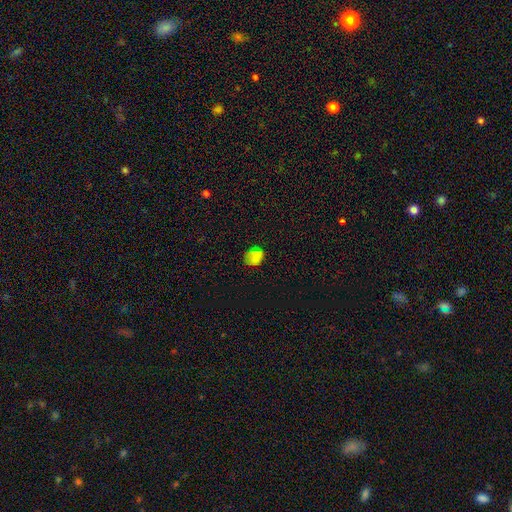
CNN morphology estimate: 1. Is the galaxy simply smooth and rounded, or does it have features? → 67% smooth, 23% star or artifact, 10% featured or disk.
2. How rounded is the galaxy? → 61% round, 38% in between, 1% cigar-shaped.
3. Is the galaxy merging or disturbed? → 69% none, 21% minor disturbance, 7% major disturbance, 3% merger.